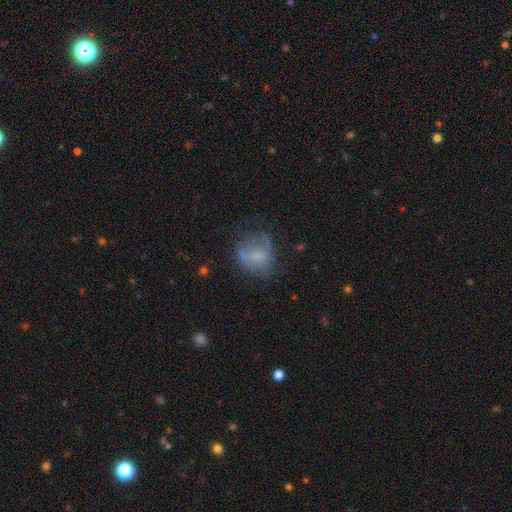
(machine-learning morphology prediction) A smooth galaxy with no disk features (51%) that is round (59%).

Vote fractions:
- Smooth or featured? smooth: 51% / featured or disk: 38% / star or artifact: 11%
- How rounded? round: 59% / in between: 40% / cigar-shaped: 2%
- Merging? none: 45% / minor disturbance: 27% / major disturbance: 24% / merger: 5%